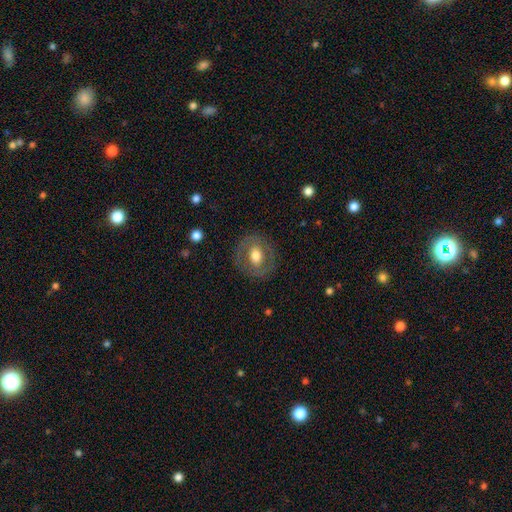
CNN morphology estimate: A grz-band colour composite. It shows a smooth galaxy with no disk features (53%) that is round (61%). Merging: none (82%).